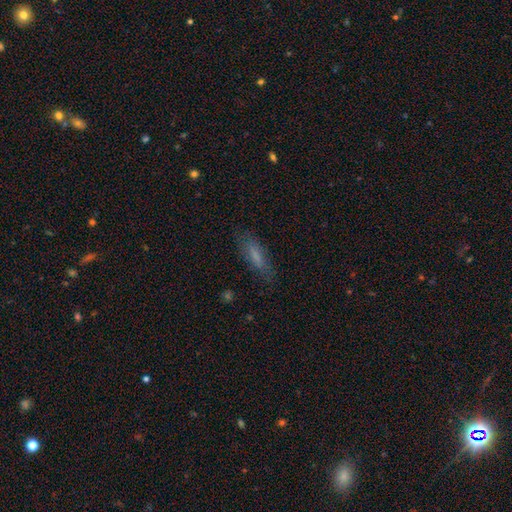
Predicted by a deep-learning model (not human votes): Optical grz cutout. It shows a smooth galaxy with no disk features (66%) that is cigar-shaped (60%). Merging: none (78%).